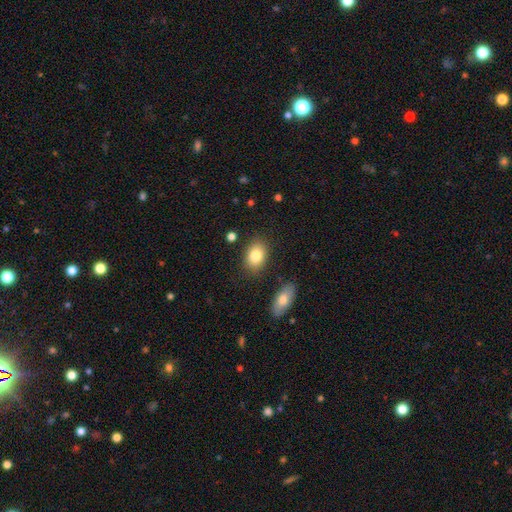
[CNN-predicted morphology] A smooth galaxy with no disk features (82%) that is in between round and cigar-shaped (80%). Merging: none (82%).